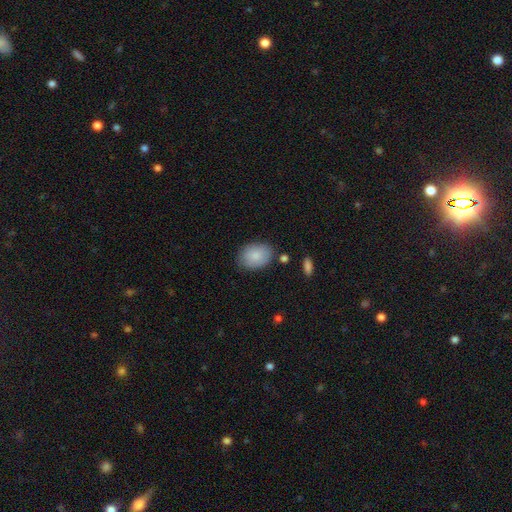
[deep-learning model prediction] Smooth or featured? Predicted: smooth (p=0.84). How rounded? Predicted: in between (p=0.77). Merging? Predicted: none (p=0.77).